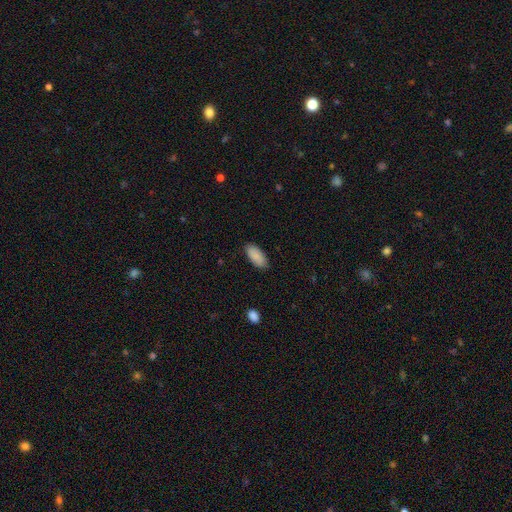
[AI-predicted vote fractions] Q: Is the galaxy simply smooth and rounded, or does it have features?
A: smooth — 89%.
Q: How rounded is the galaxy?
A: in between — 90%.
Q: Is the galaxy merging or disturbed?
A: none — 86%.